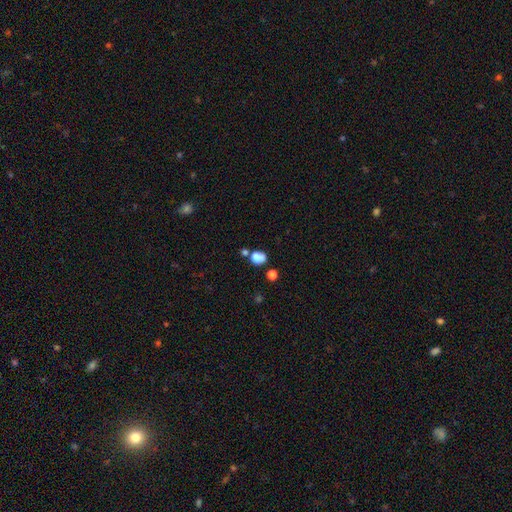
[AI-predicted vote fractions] Smooth or featured? Predicted: smooth (p=0.80). How rounded? Predicted: in between (p=0.52). Merging? Predicted: none (p=0.52).